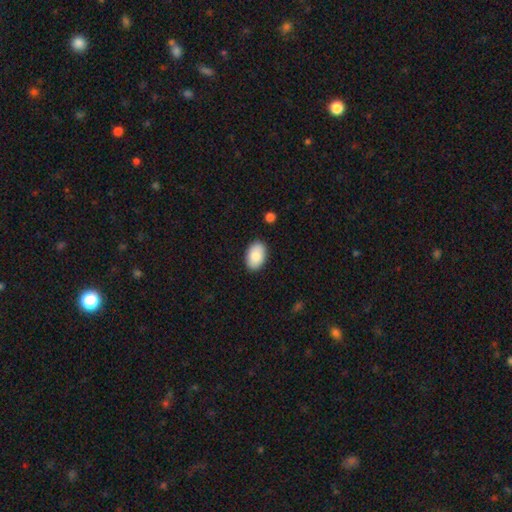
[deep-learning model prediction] smooth 85%, featured or disk 9%, star or artifact 6%. Down the decision tree: how rounded — in between (91%); merging — none (88%).